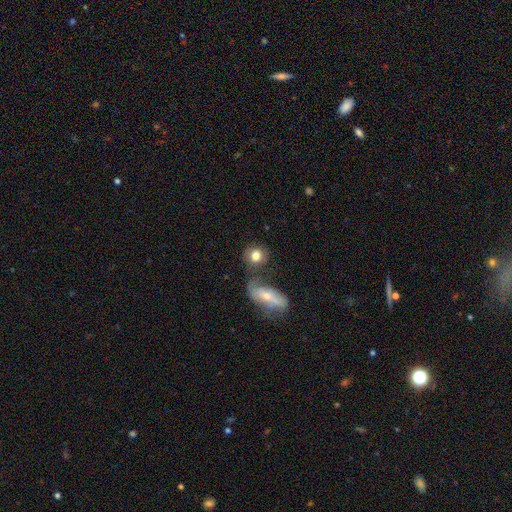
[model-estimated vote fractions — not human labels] Smooth or featured?
  - smooth: 77% *
  - featured or disk: 15%
  - star or artifact: 8%
How rounded?
  - round: 75% *
  - in between: 22%
  - cigar-shaped: 3%
Merging?
  - none: 54% *
  - merger: 26%
  - minor disturbance: 13%
  - major disturbance: 7%